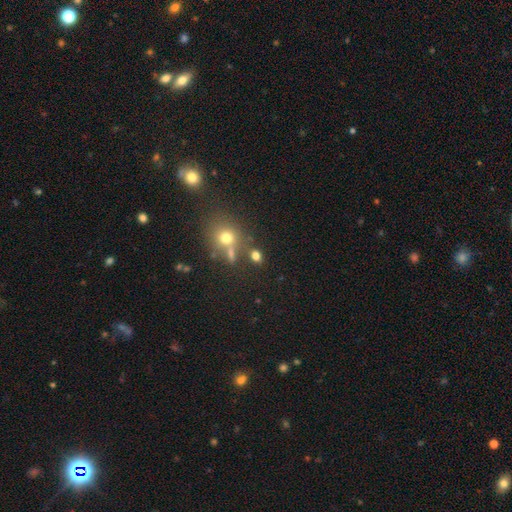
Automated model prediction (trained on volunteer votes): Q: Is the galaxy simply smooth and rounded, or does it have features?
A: smooth — 74%.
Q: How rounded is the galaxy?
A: in between — 50%.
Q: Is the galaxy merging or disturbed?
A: none — 67%.